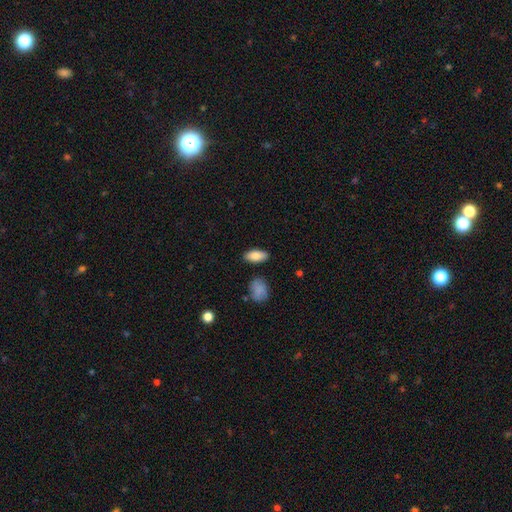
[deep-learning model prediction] Morphology: type=smooth (85%); roundness=in between (88%); merging=none (85%).